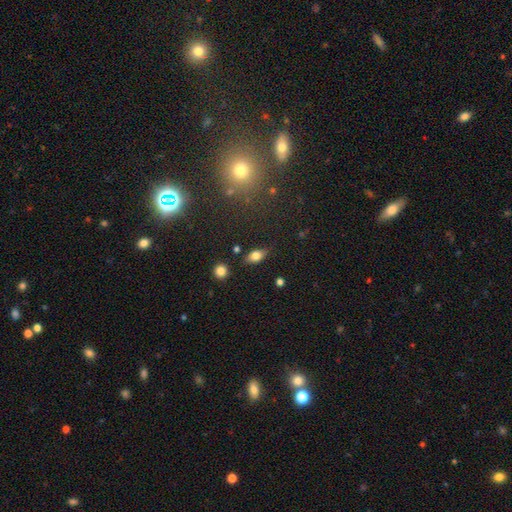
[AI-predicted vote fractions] Smooth or featured? Predicted: smooth (p=0.75). How rounded? Predicted: in between (p=0.84). Merging? Predicted: none (p=0.81).